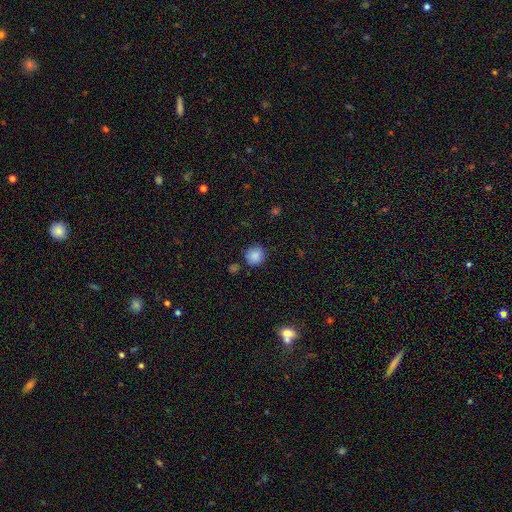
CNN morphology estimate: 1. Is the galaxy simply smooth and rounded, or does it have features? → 87% smooth, 9% star or artifact, 4% featured or disk.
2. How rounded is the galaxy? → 91% round, 8% in between, 1% cigar-shaped.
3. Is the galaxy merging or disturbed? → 84% none, 10% minor disturbance, 3% merger, 3% major disturbance.